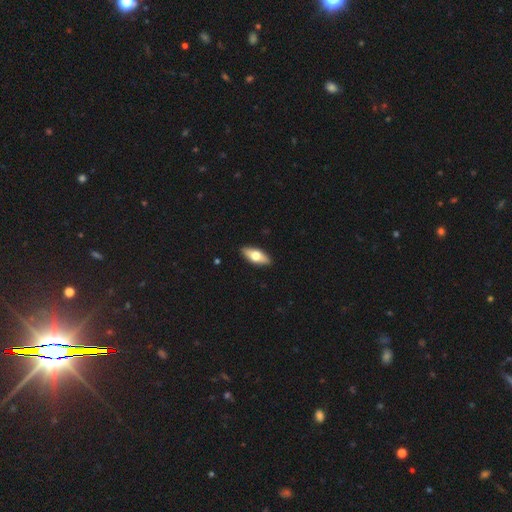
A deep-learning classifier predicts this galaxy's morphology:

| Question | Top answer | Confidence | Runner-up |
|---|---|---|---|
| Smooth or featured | smooth | 63% | featured or disk (32%) |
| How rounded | in between | 79% | cigar-shaped (18%) |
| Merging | none | 90% | minor disturbance (7%) |